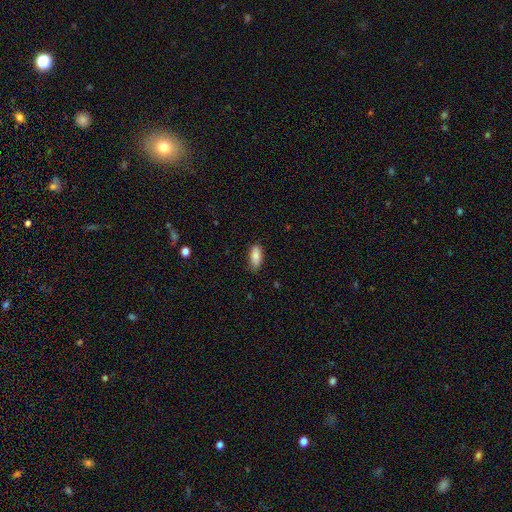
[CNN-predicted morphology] This appears to be a smooth galaxy with no disk features (86%) that is in between round and cigar-shaped (88%). Merging: none (81%).